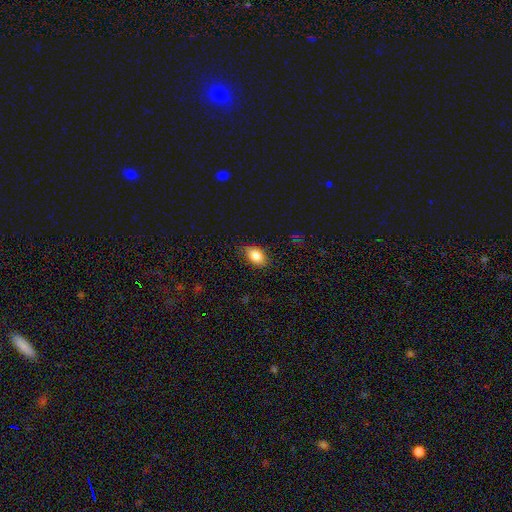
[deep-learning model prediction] smooth_or_featured: smooth (p=0.86) [alt: star or artifact p=0.08]
how_rounded: in between (p=0.87) [alt: round p=0.11]
merging: none (p=0.79) [alt: minor disturbance p=0.17]